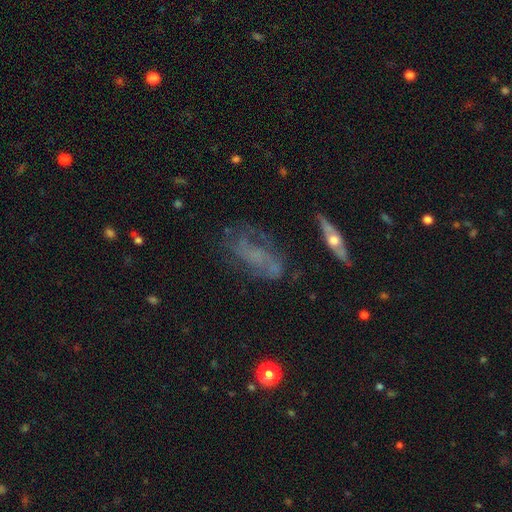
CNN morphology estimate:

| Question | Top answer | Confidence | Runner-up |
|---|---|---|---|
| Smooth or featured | featured or disk | 58% | smooth (26%) |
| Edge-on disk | no | 86% | yes (14%) |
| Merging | none | 56% | minor disturbance (22%) |